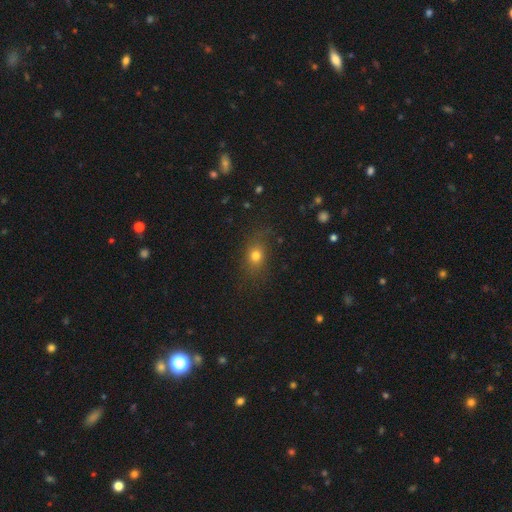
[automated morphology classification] Smooth or featured? Predicted: smooth (p=0.74). How rounded? Predicted: in between (p=0.54). Merging? Predicted: none (p=0.78).